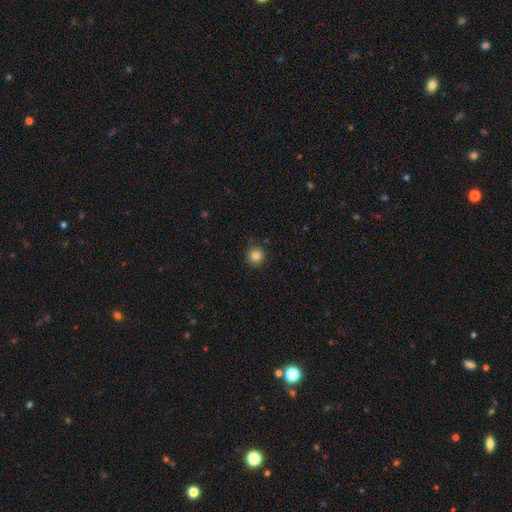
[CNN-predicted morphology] Smooth or featured? smooth (83%)
How rounded? round (95%)
Merging? none (87%)